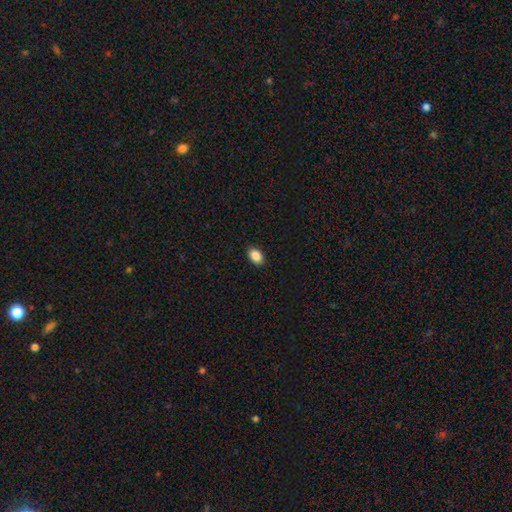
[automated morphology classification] smooth-or-featured: smooth: 88% | star or artifact: 8% | featured or disk: 4%
  how-rounded: in between: 84% | round: 15% | cigar-shaped: 1%
  merging: none: 89% | minor disturbance: 8% | major disturbance: 2% | merger: 1%